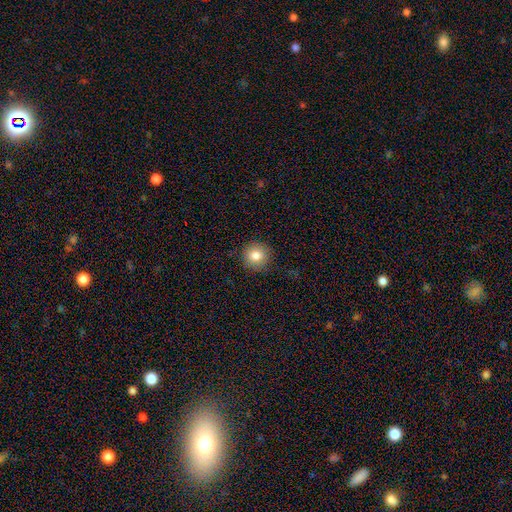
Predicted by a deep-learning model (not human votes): This is clearly a smooth galaxy (82%). How rounded: clearly round (94%). Merging: clearly none (90%).